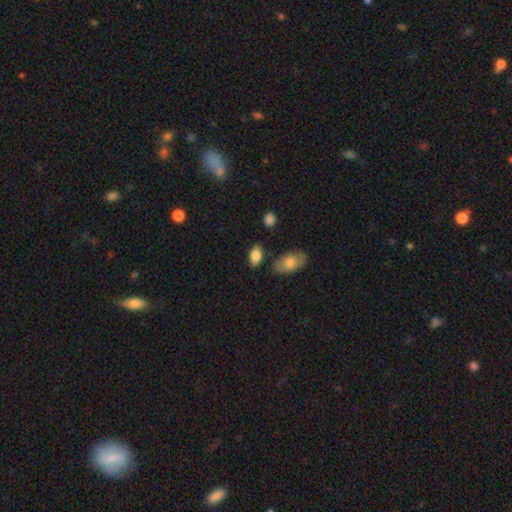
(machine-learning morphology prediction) Q: Smooth or featured?
A: smooth (84%); runner-up: featured or disk (9%)
Q: How rounded?
A: in between (92%); runner-up: round (6%)
Q: Merging?
A: none (76%); runner-up: minor disturbance (15%)